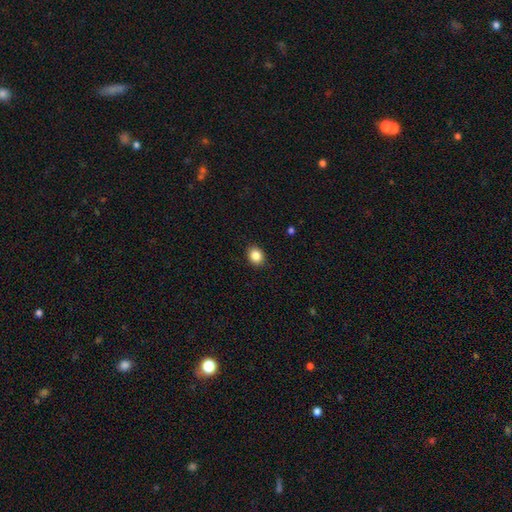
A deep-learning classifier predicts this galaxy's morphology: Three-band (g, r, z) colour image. It shows a smooth galaxy with no disk features (86%) that is round (58%). Merging: none (89%).